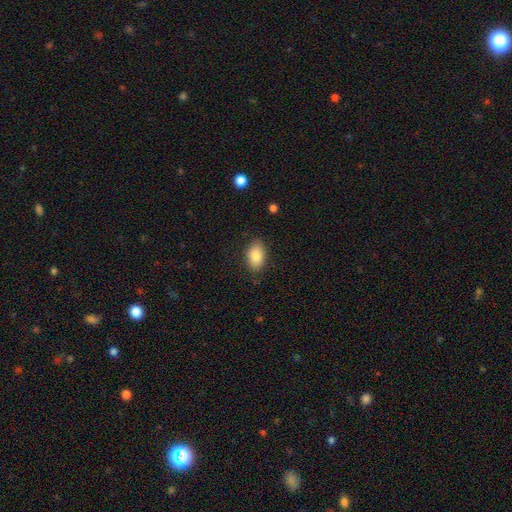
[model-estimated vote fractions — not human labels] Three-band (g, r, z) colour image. It shows a smooth galaxy with no disk features (83%) that is in between round and cigar-shaped (89%). Merging: none (84%).